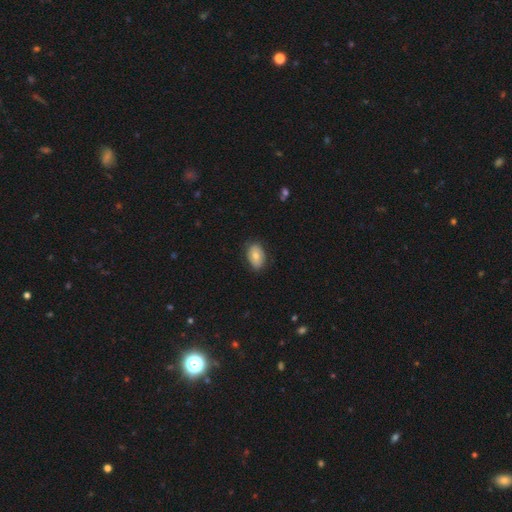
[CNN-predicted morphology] smooth_or_featured: smooth (p=0.71) [alt: featured or disk p=0.22]
how_rounded: in between (p=0.86) [alt: round p=0.12]
merging: none (p=0.78) [alt: minor disturbance p=0.17]